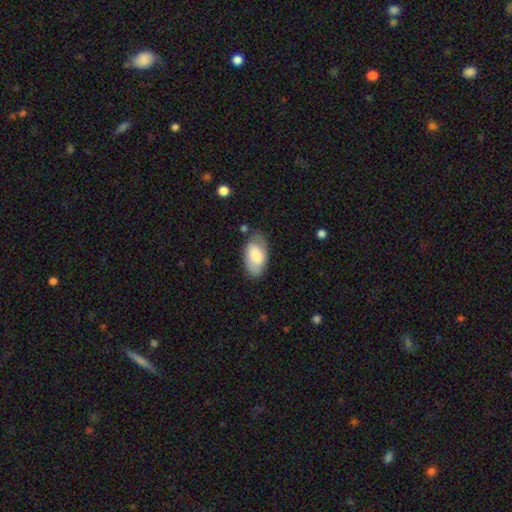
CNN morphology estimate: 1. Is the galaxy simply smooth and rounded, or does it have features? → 69% smooth, 25% featured or disk, 6% star or artifact.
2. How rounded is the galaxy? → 95% in between, 3% round, 2% cigar-shaped.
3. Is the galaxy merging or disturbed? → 71% none, 21% minor disturbance, 6% major disturbance, 3% merger.